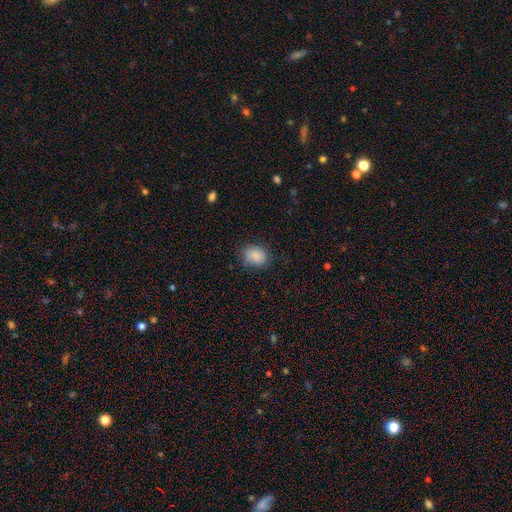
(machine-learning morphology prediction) This is clearly a smooth galaxy (86%). How rounded: possibly round (50%). Merging: likely none (72%).